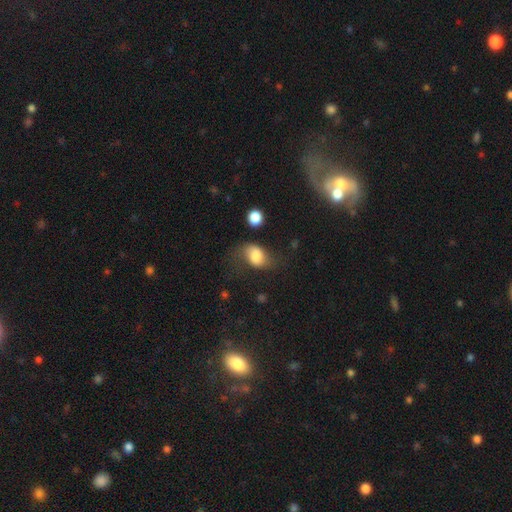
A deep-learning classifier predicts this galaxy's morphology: smooth 68%, featured or disk 22%, star or artifact 9%. Down the decision tree: how rounded — in between (76%); merging — none (50%).